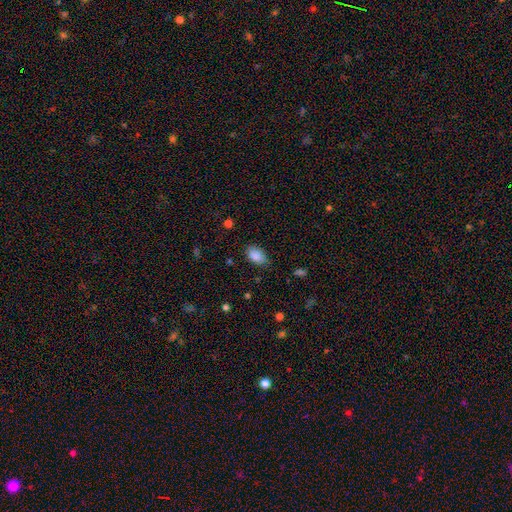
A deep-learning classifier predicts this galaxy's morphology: Overall: smooth (88%). How rounded: in between (92%). Merging: none (73%).